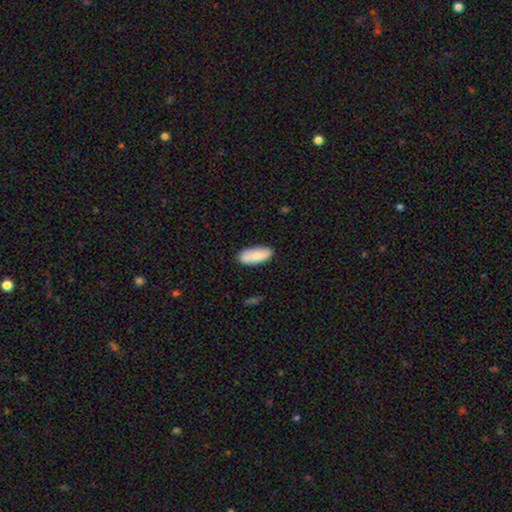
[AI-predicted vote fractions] The model was most divided on "how rounded": in between: 82%, cigar-shaped: 16%, round: 2%. More confident: smooth or featured — smooth (83%); merging — none (83%).